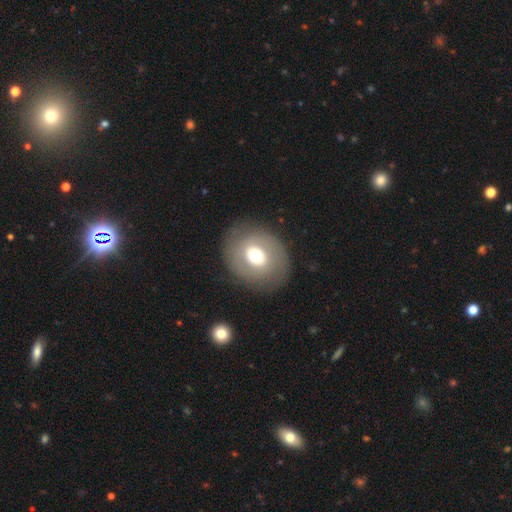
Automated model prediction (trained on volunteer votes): Overall: smooth (54%; featured or disk 37%). How rounded: round (60%; in between 39%). Merging: none (82%).